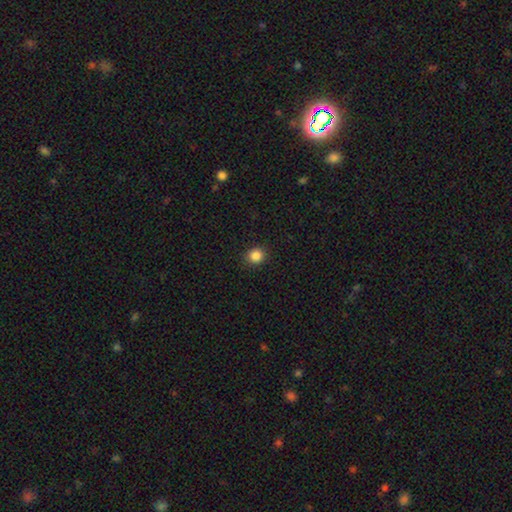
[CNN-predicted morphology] smooth_or_featured: smooth (p=0.86) [alt: star or artifact p=0.11]
how_rounded: round (p=0.86) [alt: in between p=0.13]
merging: none (p=0.91) [alt: minor disturbance p=0.06]